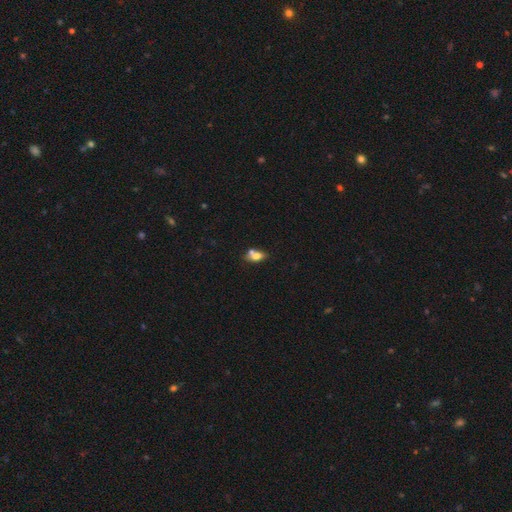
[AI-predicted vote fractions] Overall: smooth (70%). How rounded: in between (78%). Merging: none (43%; merger 39%).